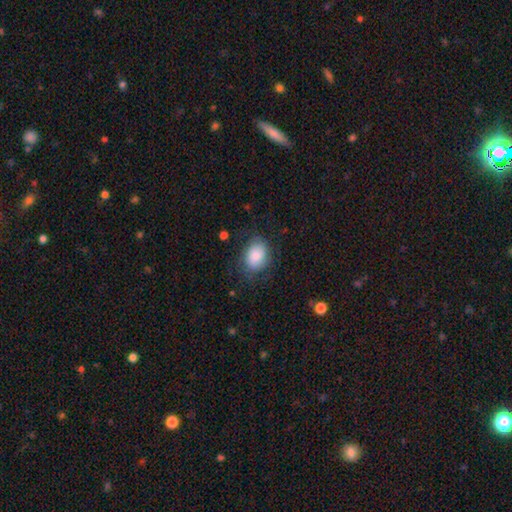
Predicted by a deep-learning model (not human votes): This appears to be a smooth galaxy with no disk features (78%) that is in between round and cigar-shaped (69%). Merging: none (66%).